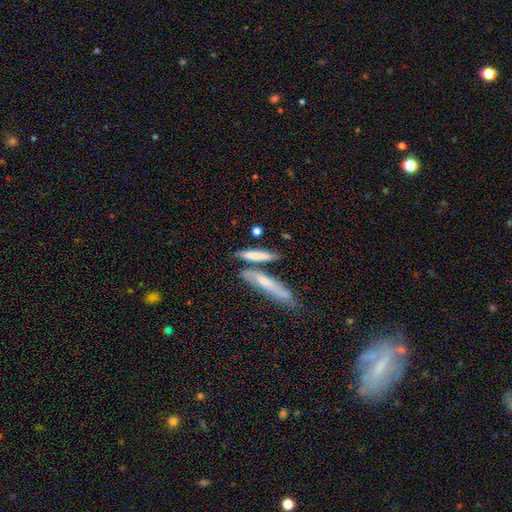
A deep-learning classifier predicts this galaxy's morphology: smooth-or-featured: smooth: 70% | featured or disk: 25% | star or artifact: 6%
  how-rounded: cigar-shaped: 82% | in between: 15% | round: 3%
  merging: none: 65% | merger: 17% | minor disturbance: 13% | major disturbance: 4%